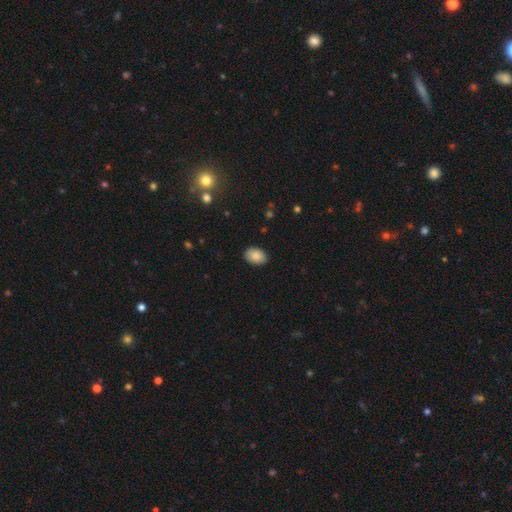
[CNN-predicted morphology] A smooth galaxy with no disk features (88%) that is in between round and cigar-shaped (84%).

Vote fractions:
- Smooth or featured? smooth: 88% / star or artifact: 7% / featured or disk: 5%
- How rounded? in between: 84% / round: 15% / cigar-shaped: 1%
- Merging? none: 87% / minor disturbance: 10% / major disturbance: 2% / merger: 1%